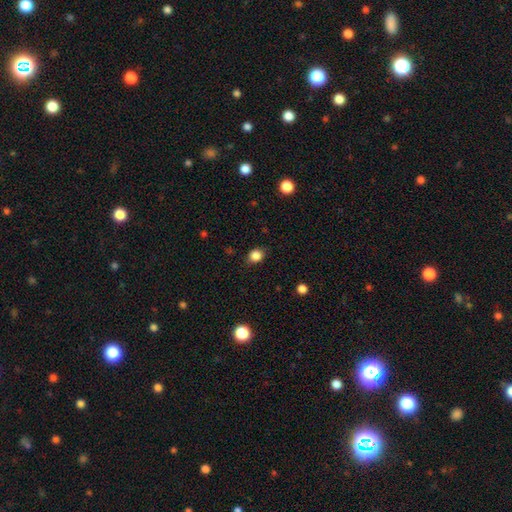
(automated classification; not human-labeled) smooth-or-featured: smooth: 84% | star or artifact: 11% | featured or disk: 5%
  how-rounded: round: 62% | in between: 37% | cigar-shaped: 1%
  merging: none: 81% | minor disturbance: 14% | major disturbance: 3% | merger: 1%